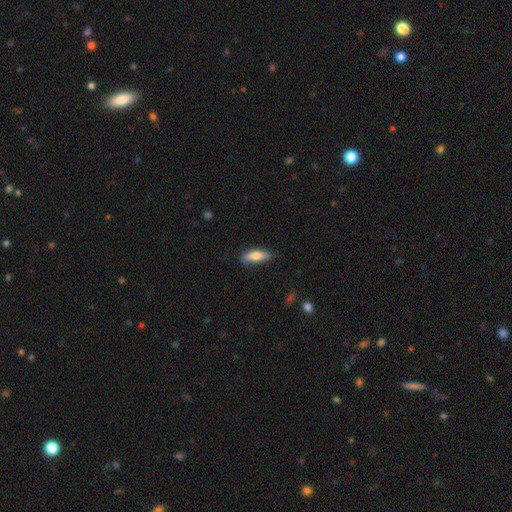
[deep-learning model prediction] Q: Smooth or featured?
A: smooth (76%); runner-up: featured or disk (18%)
Q: How rounded?
A: in between (52%); runner-up: cigar-shaped (46%)
Q: Merging?
A: none (76%); runner-up: minor disturbance (19%)